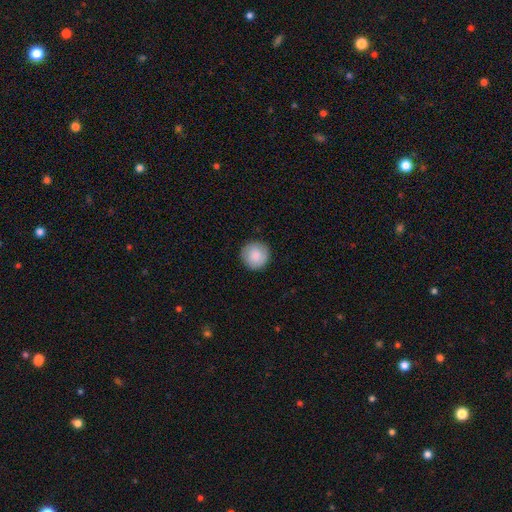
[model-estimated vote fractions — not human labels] Smooth or featured: smooth — 88% (star or artifact — 7%)
How rounded: round — 96% (in between — 3%)
Merging: none — 91% (minor disturbance — 6%)